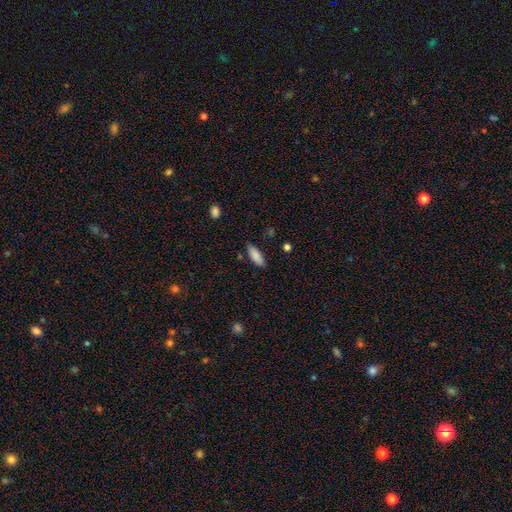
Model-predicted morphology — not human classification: smooth-or-featured: smooth: 87% | star or artifact: 7% | featured or disk: 7%
  how-rounded: in between: 72% | cigar-shaped: 27% | round: 2%
  merging: none: 82% | minor disturbance: 14% | major disturbance: 3% | merger: 2%